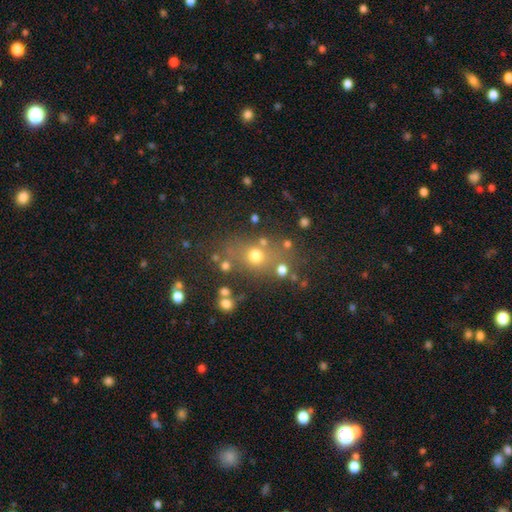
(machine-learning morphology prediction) This appears to be a smooth galaxy with no disk features (63%) that is round (62%). Merging: none (68%).